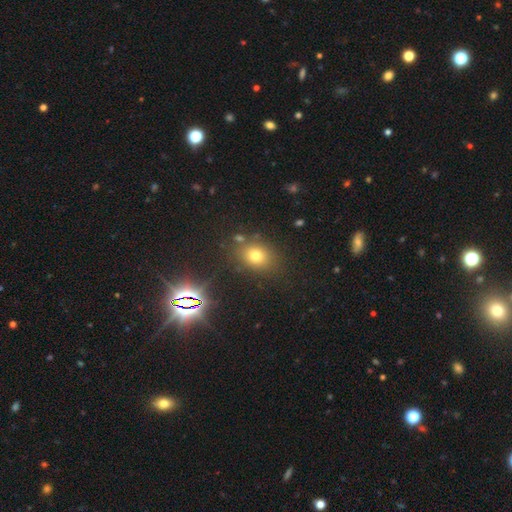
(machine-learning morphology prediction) A smooth galaxy with no disk features (68%) that is round (52%). Merging: none (79%).